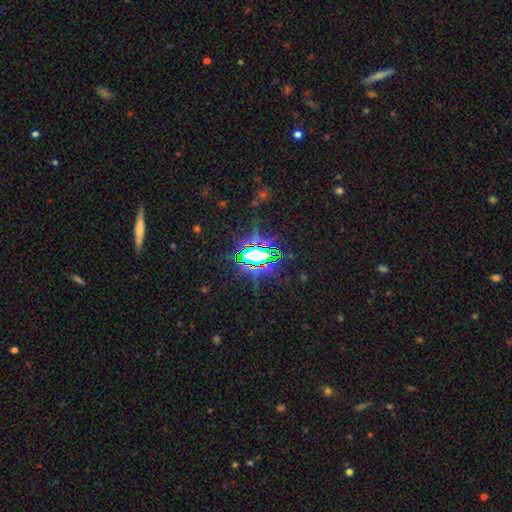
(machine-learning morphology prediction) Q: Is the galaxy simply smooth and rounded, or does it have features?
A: star or artifact — 78%.